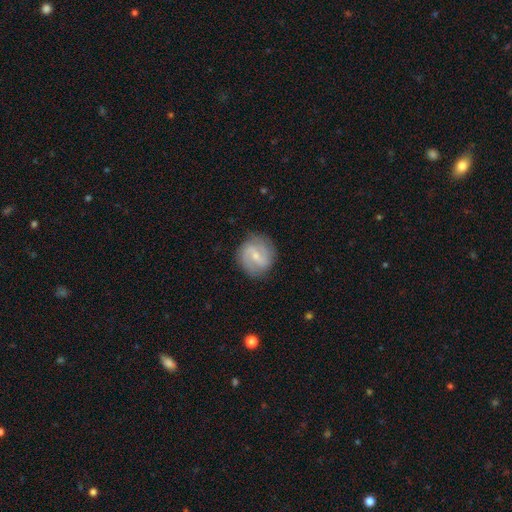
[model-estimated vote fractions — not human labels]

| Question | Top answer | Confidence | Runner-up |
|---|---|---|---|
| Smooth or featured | featured or disk | 74% | smooth (20%) |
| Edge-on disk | no | 98% | yes (2%) |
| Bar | weak | 55% | strong (24%) |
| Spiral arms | yes | 92% | no (8%) |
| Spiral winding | medium | 47% | tight (30%) |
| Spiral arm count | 2 | 83% | can't tell (9%) |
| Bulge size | small | 64% | moderate (31%) |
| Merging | none | 82% | minor disturbance (13%) |